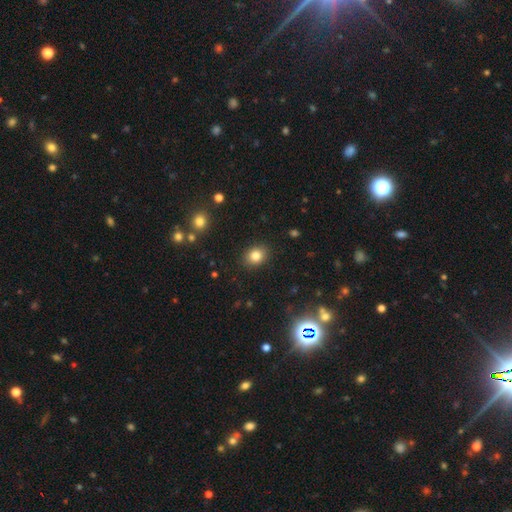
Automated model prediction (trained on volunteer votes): Smooth or featured: smooth — 82% (star or artifact — 11%)
How rounded: round — 53% (in between — 46%)
Merging: none — 88% (minor disturbance — 8%)